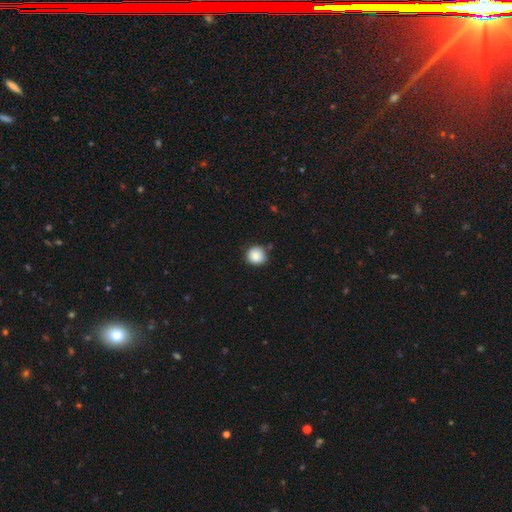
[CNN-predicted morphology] Smooth or featured? Predicted: smooth (p=0.86). How rounded? Predicted: round (p=0.91). Merging? Predicted: none (p=0.78).